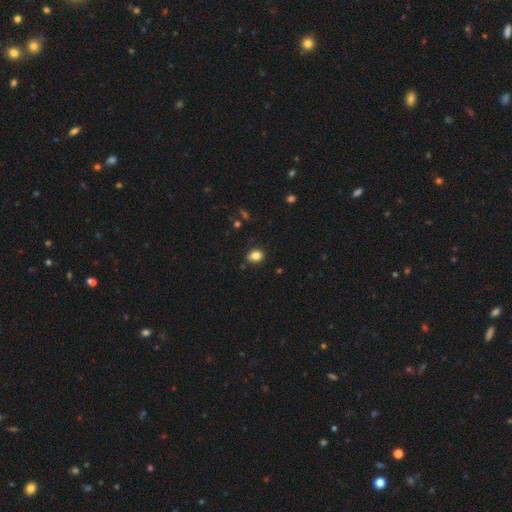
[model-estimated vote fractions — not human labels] Smooth or featured? smooth (84%)
How rounded? in between (58%)
Merging? none (85%)